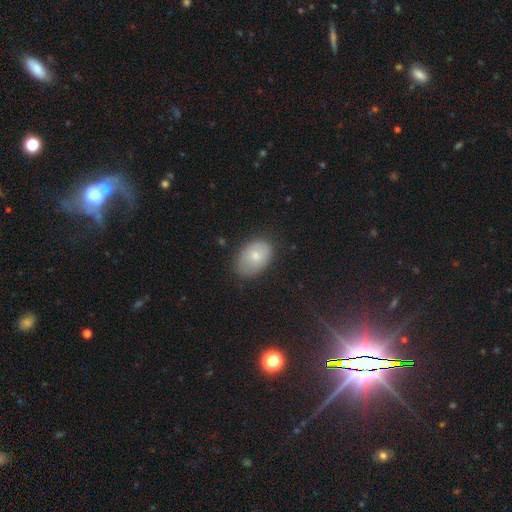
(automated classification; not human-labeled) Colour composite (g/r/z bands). It shows a smooth galaxy with no disk features (73%) that is in between round and cigar-shaped (86%). Merging: none (76%).